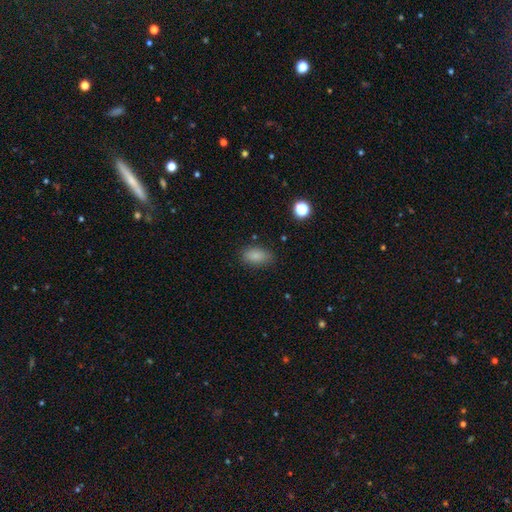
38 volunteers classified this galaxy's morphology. smooth_or_featured: smooth (p=0.92) [alt: star or artifact p=0.08]
how_rounded: in between (p=0.94) [alt: round p=0.03]
merging: none (p=0.89) [alt: minor disturbance p=0.09]